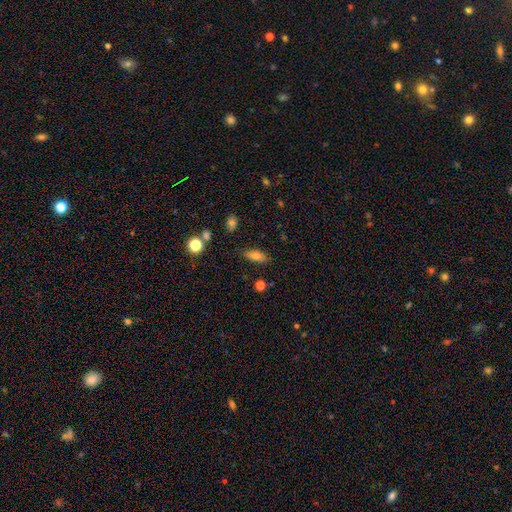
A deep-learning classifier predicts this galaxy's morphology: smooth 75%, featured or disk 15%, star or artifact 10%. Down the decision tree: how rounded — in between (74%); merging — none (79%).